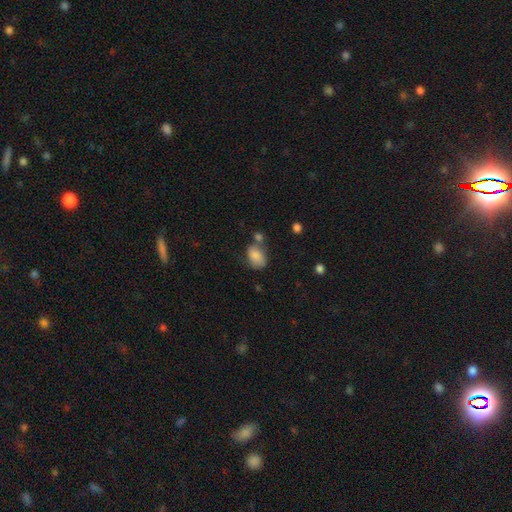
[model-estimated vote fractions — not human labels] This appears to be a smooth galaxy with no disk features (82%) that is in between round and cigar-shaped (84%). Merging: none (46%).